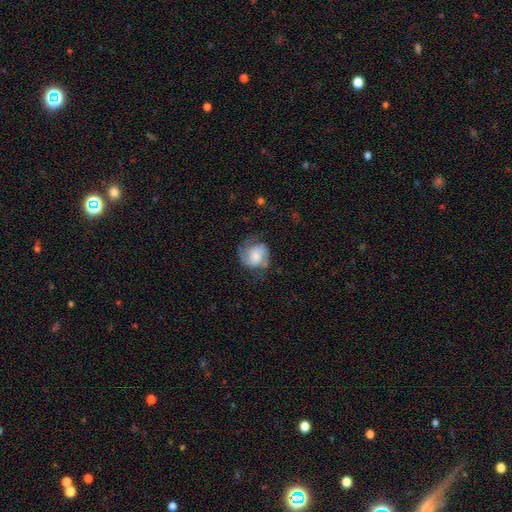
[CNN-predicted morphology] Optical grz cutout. It shows a featured or disk galaxy (55%) with no bar (61%), spiral arms (87%) and a moderate central bulge (33%). Merging: none (54%).